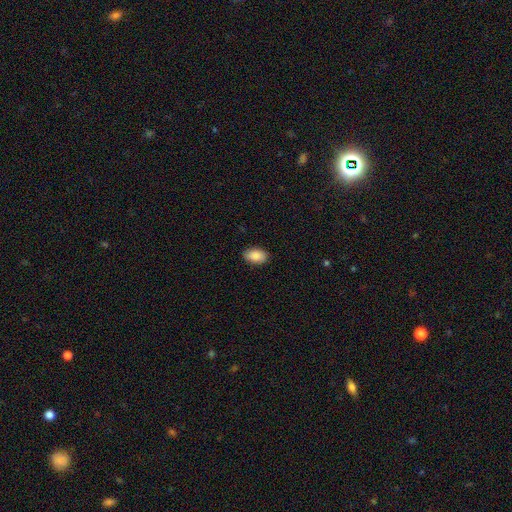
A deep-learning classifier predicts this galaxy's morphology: Q: Smooth or featured?
A: smooth (89%); runner-up: star or artifact (7%)
Q: How rounded?
A: in between (93%); runner-up: round (6%)
Q: Merging?
A: none (89%); runner-up: minor disturbance (8%)